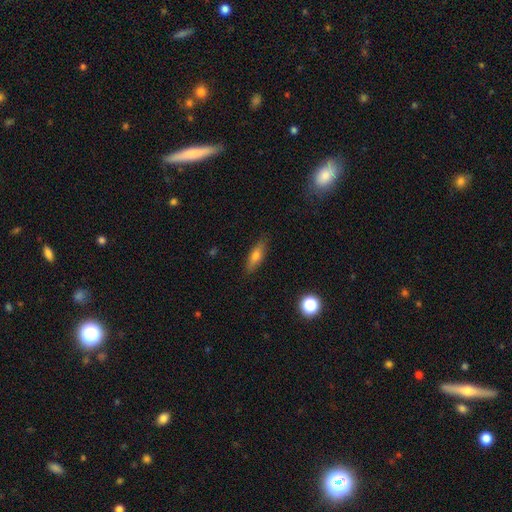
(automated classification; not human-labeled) Smooth or featured? smooth (68%)
How rounded? in between (53%)
Merging? none (86%)